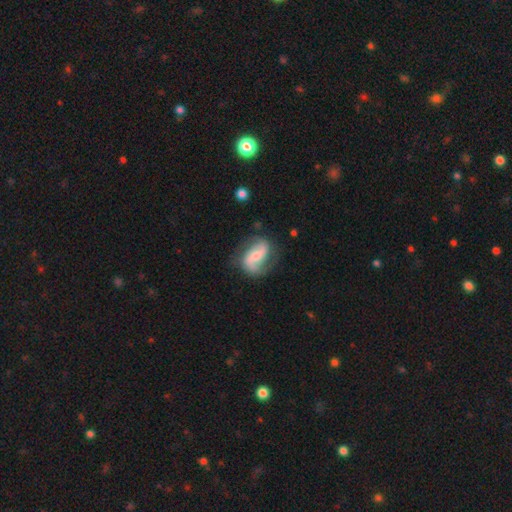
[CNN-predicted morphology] Smooth or featured? featured or disk (77%)
Edge-on disk? no (97%)
Bar? weak (39%)
Spiral arms? yes (93%)
Spiral winding? loose (46%)
Spiral arm count? 2 (88%)
Bulge size? moderate (49%)
Merging? none (70%)